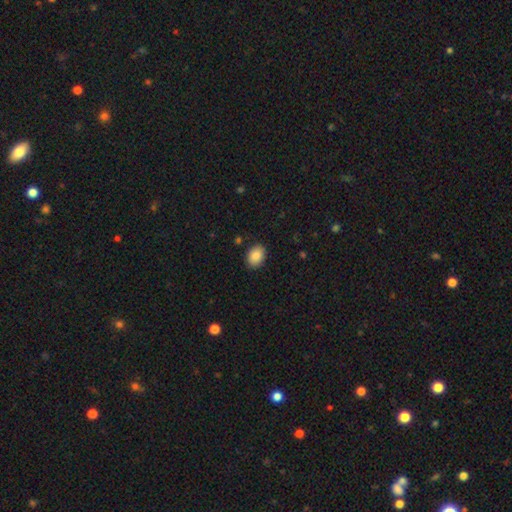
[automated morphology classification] A smooth galaxy with no disk features (88%) that is in between round and cigar-shaped (74%). Merging: none (88%).